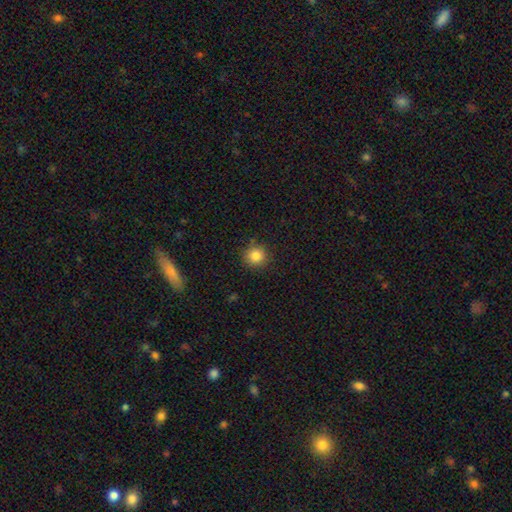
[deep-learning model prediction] Q: Smooth or featured?
A: smooth (84%); runner-up: star or artifact (11%)
Q: How rounded?
A: round (94%); runner-up: in between (5%)
Q: Merging?
A: none (89%); runner-up: minor disturbance (8%)